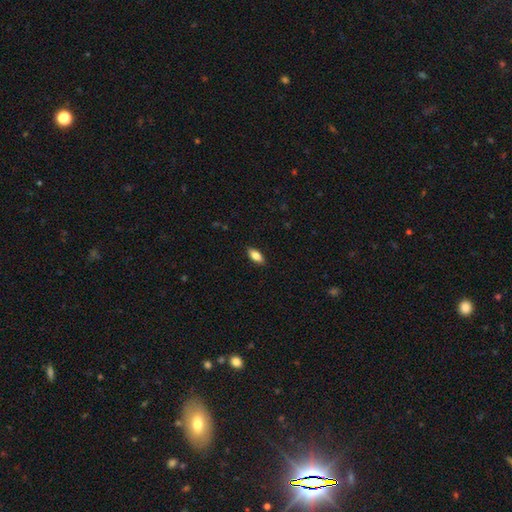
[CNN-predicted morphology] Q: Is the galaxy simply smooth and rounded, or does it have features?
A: smooth — 80%.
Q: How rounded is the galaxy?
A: in between — 85%.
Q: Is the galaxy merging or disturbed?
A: none — 88%.